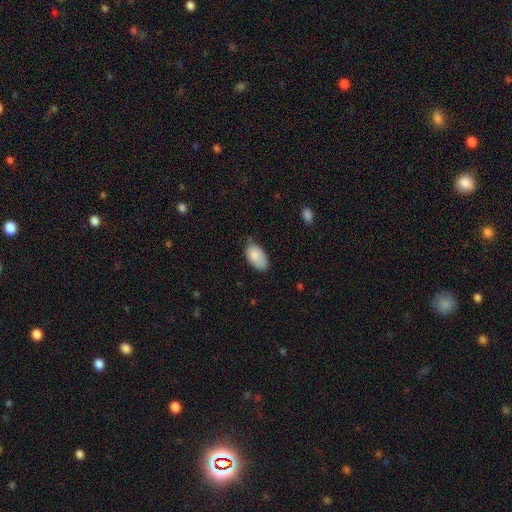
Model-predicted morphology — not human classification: smooth 85%, featured or disk 8%, star or artifact 6%. Down the decision tree: how rounded — in between (95%); merging — none (55%).